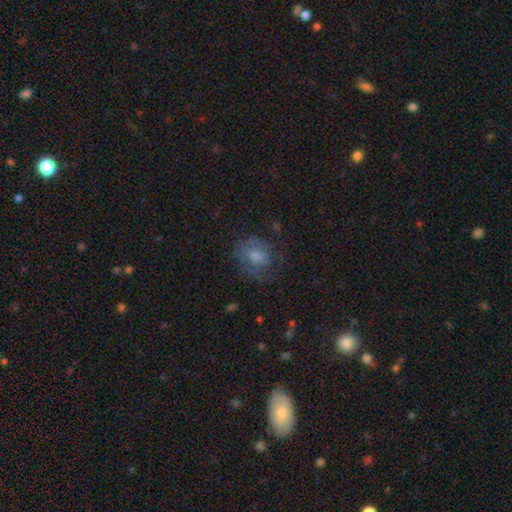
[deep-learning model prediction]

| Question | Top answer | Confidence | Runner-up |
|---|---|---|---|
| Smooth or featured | smooth | 54% | featured or disk (35%) |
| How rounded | round | 54% | in between (45%) |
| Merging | none | 53% | minor disturbance (24%) |